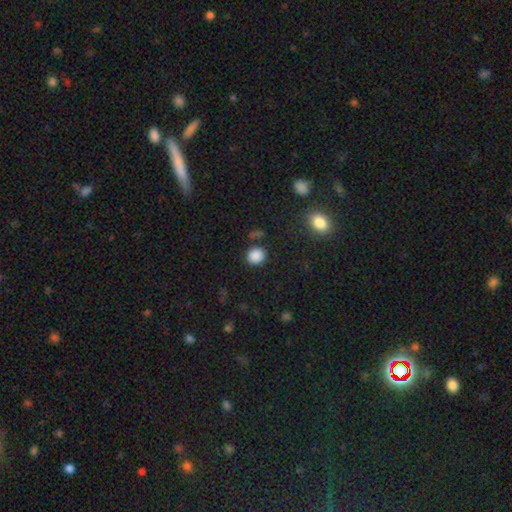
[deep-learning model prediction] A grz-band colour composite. It shows a smooth galaxy with no disk features (86%) that is round (83%). Merging: none (83%).